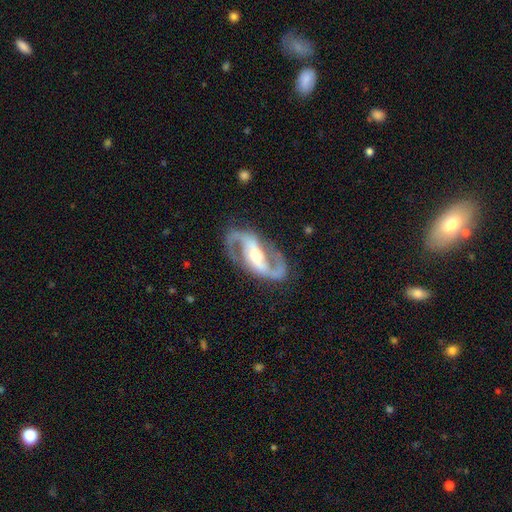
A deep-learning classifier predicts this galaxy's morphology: Smooth or featured? Predicted: featured or disk (p=0.92). Edge-on disk? Predicted: no (p=0.97). Bar? Predicted: strong (p=0.51). Spiral arms? Predicted: yes (p=0.97). Spiral winding? Predicted: medium (p=0.57). Spiral arm count? Predicted: 2 (p=0.94). Bulge size? Predicted: moderate (p=0.64). Merging? Predicted: none (p=0.83).